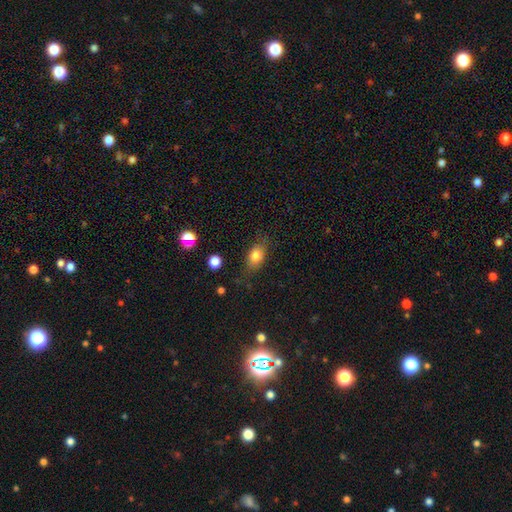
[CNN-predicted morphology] Smooth or featured? Predicted: smooth (p=0.79). How rounded? Predicted: in between (p=0.77). Merging? Predicted: none (p=0.72).